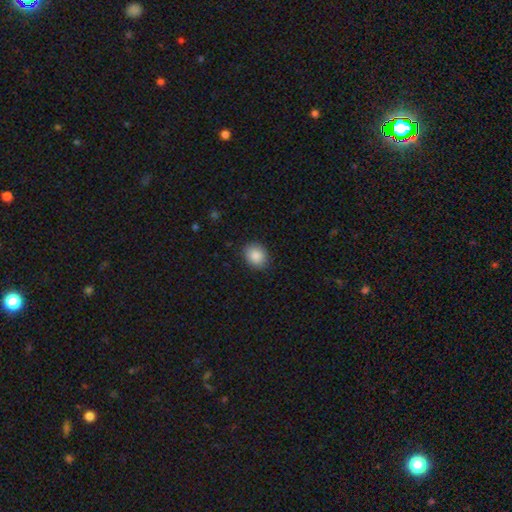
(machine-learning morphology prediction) Smooth or featured: smooth — 88% (star or artifact — 8%)
How rounded: round — 57% (in between — 42%)
Merging: none — 88% (minor disturbance — 9%)